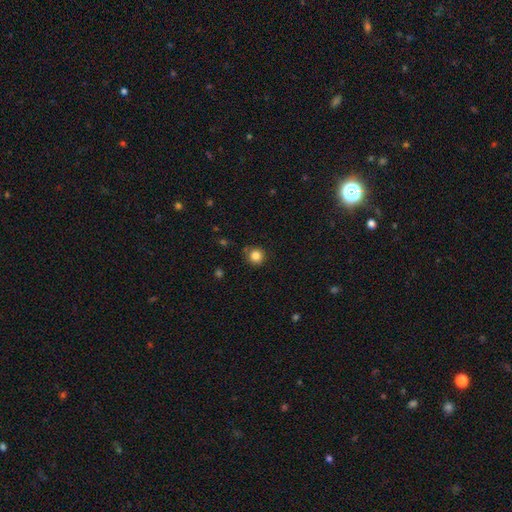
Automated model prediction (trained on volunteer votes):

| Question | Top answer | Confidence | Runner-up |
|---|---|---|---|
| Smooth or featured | smooth | 84% | star or artifact (11%) |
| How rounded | round | 92% | in between (7%) |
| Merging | none | 84% | minor disturbance (11%) |